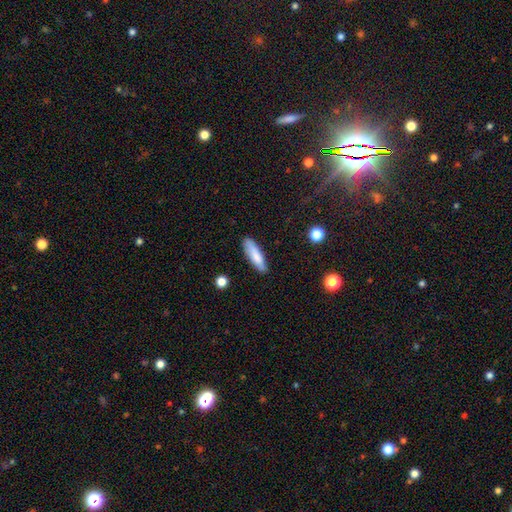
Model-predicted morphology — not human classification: This is clearly a smooth galaxy (80%). How rounded: likely cigar-shaped (65%). Merging: clearly none (81%).